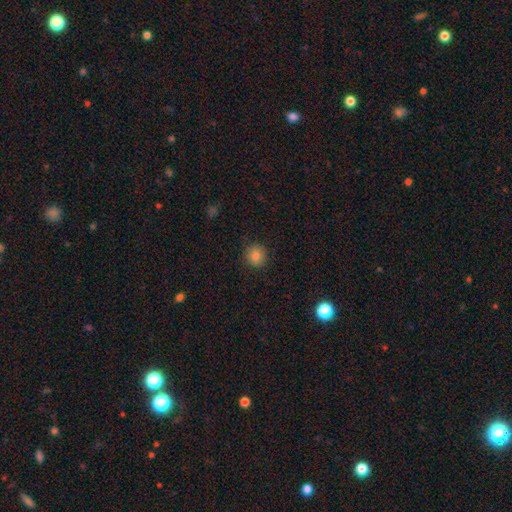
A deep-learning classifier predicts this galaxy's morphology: This appears to be a smooth galaxy with no disk features (82%) that is round (92%). Merging: none (88%).